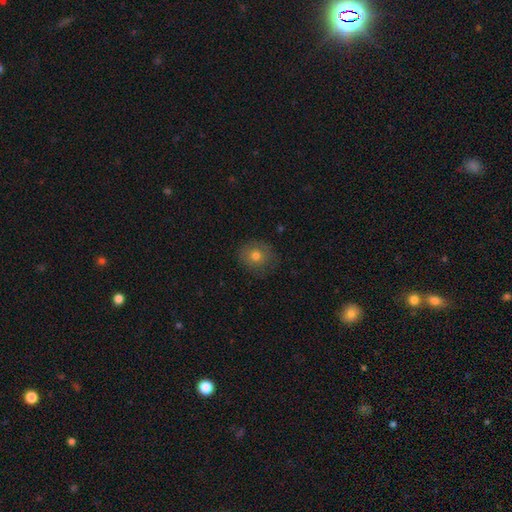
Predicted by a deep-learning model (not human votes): A smooth galaxy with no disk features (74%) that is round (82%).

Vote fractions:
- Smooth or featured? smooth: 74% / featured or disk: 15% / star or artifact: 12%
- How rounded? round: 82% / in between: 18% / cigar-shaped: 1%
- Merging? none: 82% / minor disturbance: 14% / major disturbance: 4% / merger: 1%